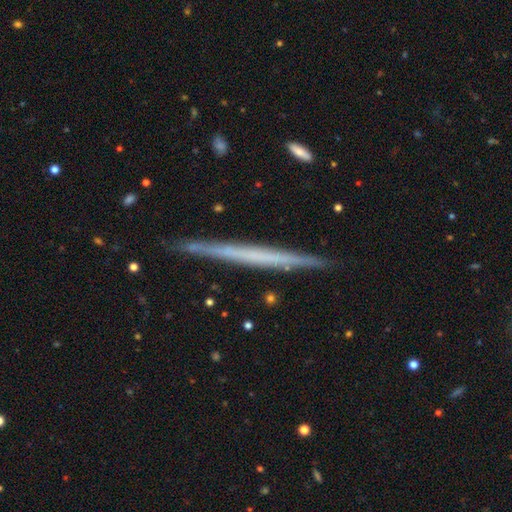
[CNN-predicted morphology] The model was most divided on "smooth or featured": featured or disk: 61%, smooth: 33%, star or artifact: 6%. More confident: edge-on disk — yes (97%); edge-on bulge — none (91%); merging — none (90%).